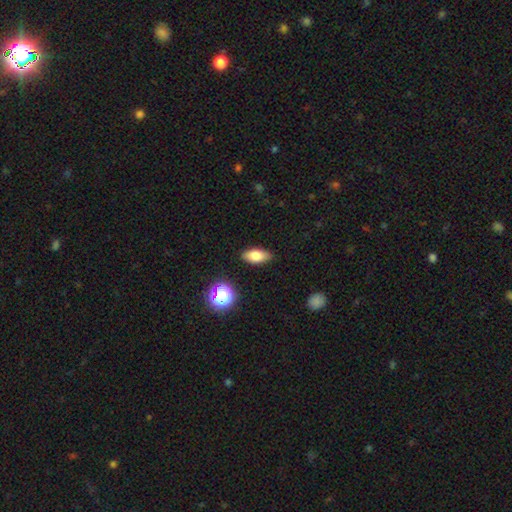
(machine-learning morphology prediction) smooth-or-featured: smooth: 77% | featured or disk: 12% | star or artifact: 10%
  how-rounded: in between: 84% | cigar-shaped: 10% | round: 5%
  merging: none: 87% | minor disturbance: 9% | major disturbance: 2% | merger: 1%